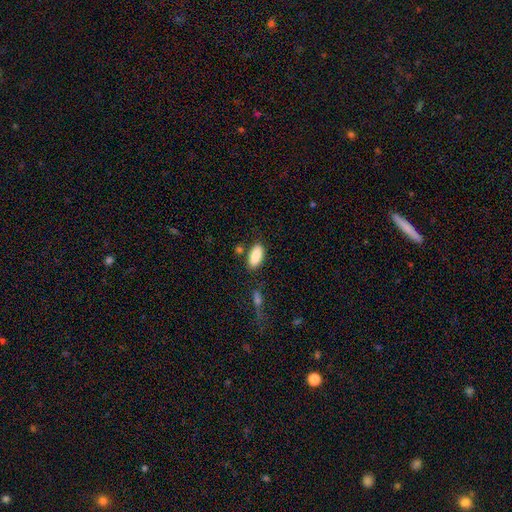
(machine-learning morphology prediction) smooth 89%, star or artifact 6%, featured or disk 4%. Down the decision tree: how rounded — in between (89%); merging — none (79%).